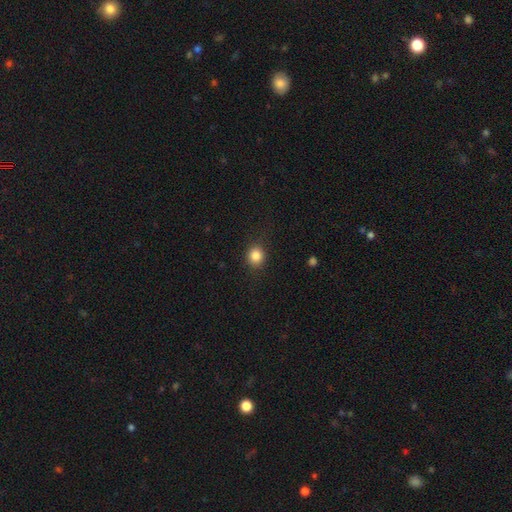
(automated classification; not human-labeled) Overall: smooth (84%). How rounded: round (83%). Merging: none (88%).